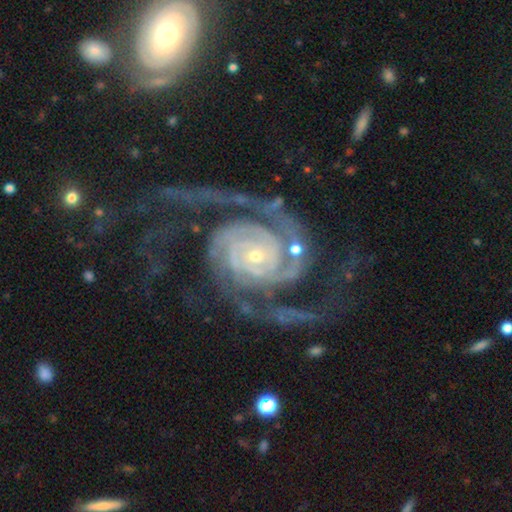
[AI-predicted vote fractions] This is clearly a featured or disk galaxy (93%). It is clearly not viewed edge-on (98%). Bar: likely no (67%). Spiral arm pattern: clearly yes (99%). Spiral arm count: likely 2 (61%). Spiral winding: possibly tight (60%). Central bulge: likely small (76%). Merging: possibly none (57%).